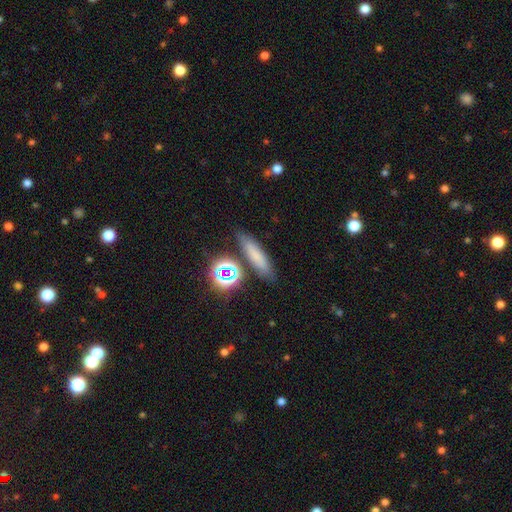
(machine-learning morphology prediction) smooth_or_featured: smooth (p=0.65) [alt: star or artifact p=0.18]
how_rounded: cigar-shaped (p=0.69) [alt: in between p=0.23]
merging: none (p=0.75) [alt: minor disturbance p=0.14]